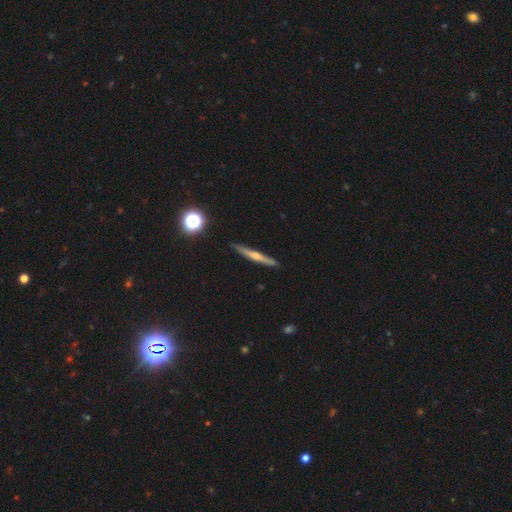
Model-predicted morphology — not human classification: Smooth or featured? Predicted: featured or disk (p=0.68). Edge-on disk? Predicted: yes (p=0.97). Edge-on bulge? Predicted: rounded (p=0.81). Merging? Predicted: none (p=0.91).